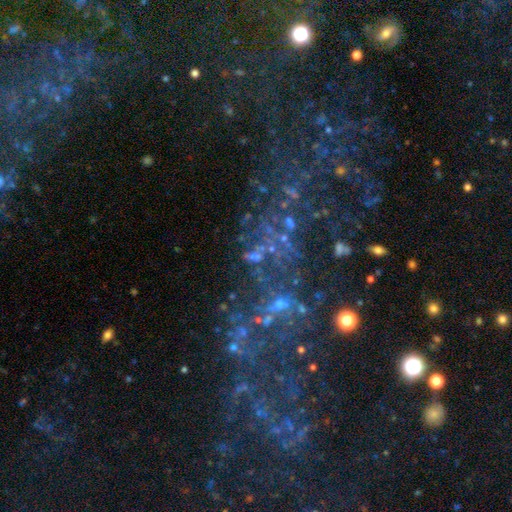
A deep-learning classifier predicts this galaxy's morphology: Smooth or featured? Predicted: featured or disk (p=0.43). Merging? Predicted: none (p=0.45).